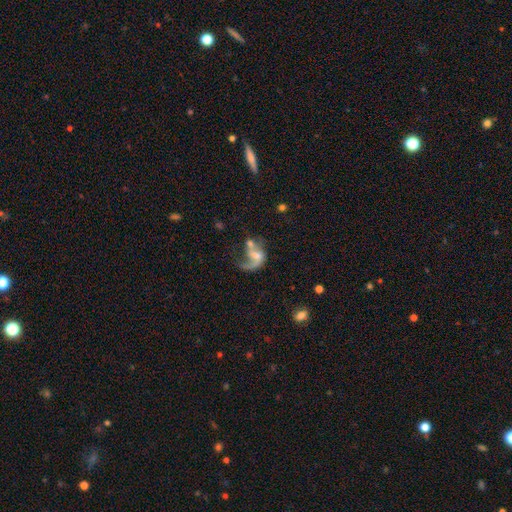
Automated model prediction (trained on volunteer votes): Q: Smooth or featured?
A: featured or disk (67%); runner-up: smooth (23%)
Q: Edge-on disk?
A: no (97%); runner-up: yes (3%)
Q: Bar?
A: no (55%); runner-up: weak (35%)
Q: Spiral arms?
A: yes (78%); runner-up: no (22%)
Q: Spiral winding?
A: loose (72%); runner-up: medium (22%)
Q: Spiral arm count?
A: 1 (66%); runner-up: 2 (26%)
Q: Bulge size?
A: moderate (34%); runner-up: small (30%)
Q: Merging?
A: major disturbance (35%); runner-up: merger (30%)